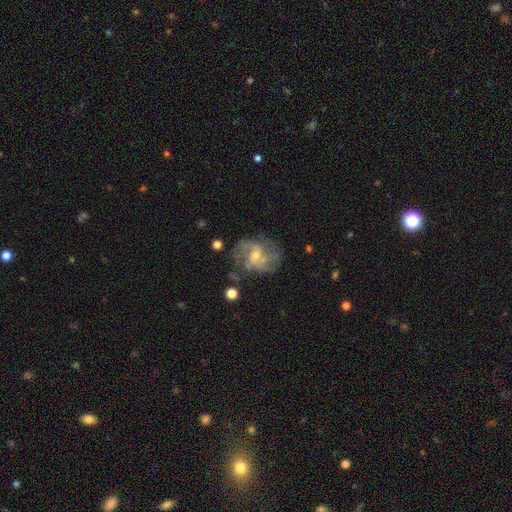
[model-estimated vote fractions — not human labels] Overall: featured or disk (77%). Edge-on disk: no (98%). Bar: no (55%; weak 37%). Spiral arms: yes (86%). Spiral arm count: 2 (33%; can't tell 29%). Spiral winding: medium (46%; loose 32%). Bulge size: small (56%; moderate 39%). Merging: none (59%; minor disturbance 21%).